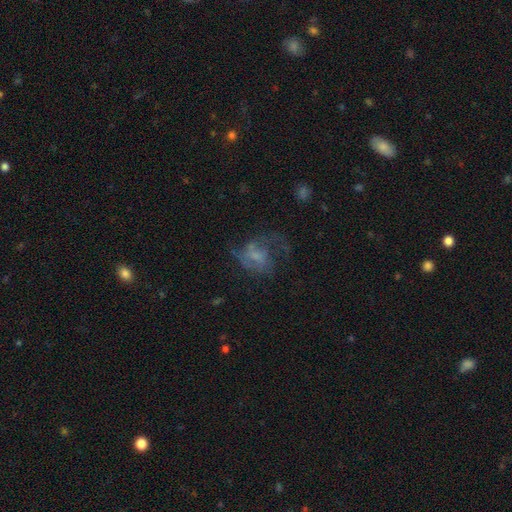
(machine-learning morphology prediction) Smooth or featured?
  - featured or disk: 58% *
  - smooth: 28%
  - star or artifact: 14%
Edge-on disk?
  - no: 98% *
  - yes: 2%
Bar?
  - no: 65% *
  - weak: 30%
  - strong: 5%
Spiral arms?
  - yes: 59% *
  - no: 41%
Bulge size?
  - none: 37% *
  - small: 35%
  - moderate: 22%
  - large: 4%
  - dominant: 1%
Merging?
  - major disturbance: 44% *
  - none: 33%
  - minor disturbance: 19%
  - merger: 4%